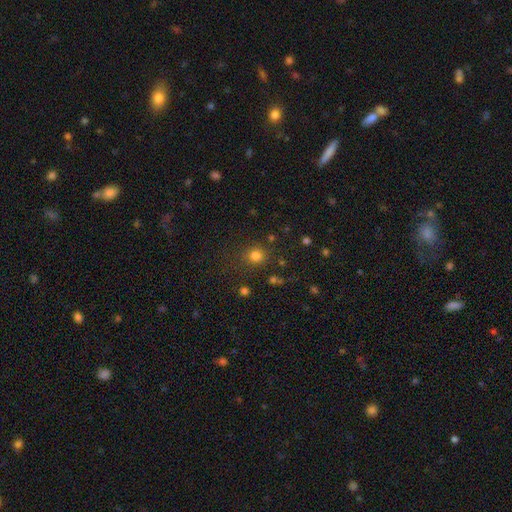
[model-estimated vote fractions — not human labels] Smooth or featured: smooth — 79% (star or artifact — 16%)
How rounded: round — 84% (in between — 15%)
Merging: none — 81% (minor disturbance — 11%)